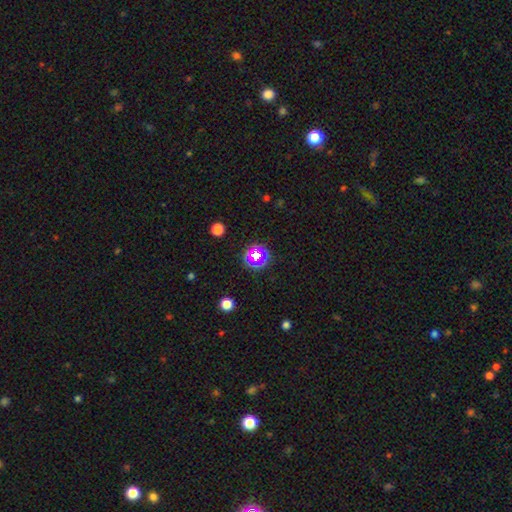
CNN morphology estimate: This is possibly a star or artifact rather than a galaxy (53%).